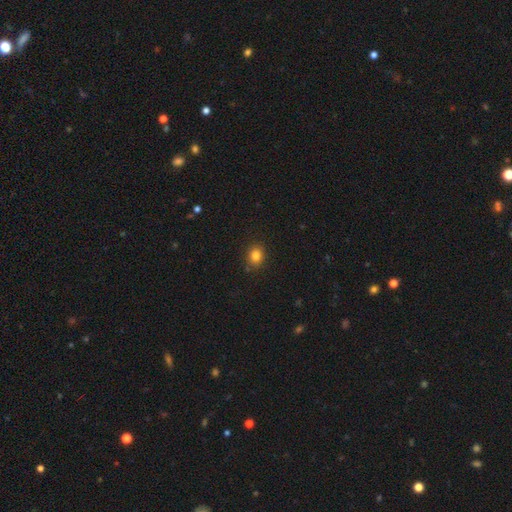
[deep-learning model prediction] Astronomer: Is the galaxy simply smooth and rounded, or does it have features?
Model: smooth — 83%.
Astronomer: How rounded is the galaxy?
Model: round — 63%.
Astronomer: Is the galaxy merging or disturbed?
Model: none — 87%.